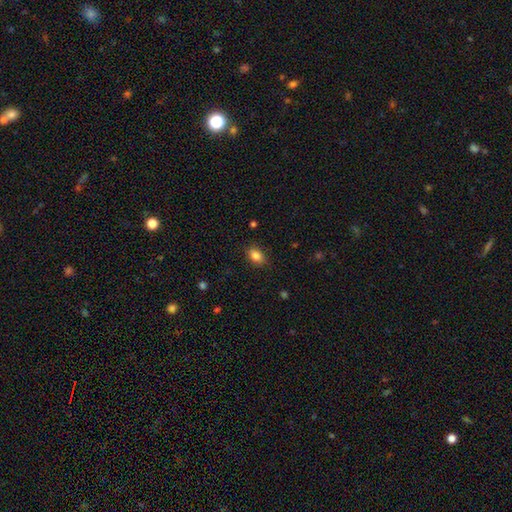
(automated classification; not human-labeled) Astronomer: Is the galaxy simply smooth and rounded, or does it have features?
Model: smooth — 85%.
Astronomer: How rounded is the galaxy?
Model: in between — 84%.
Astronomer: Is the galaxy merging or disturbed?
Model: none — 86%.